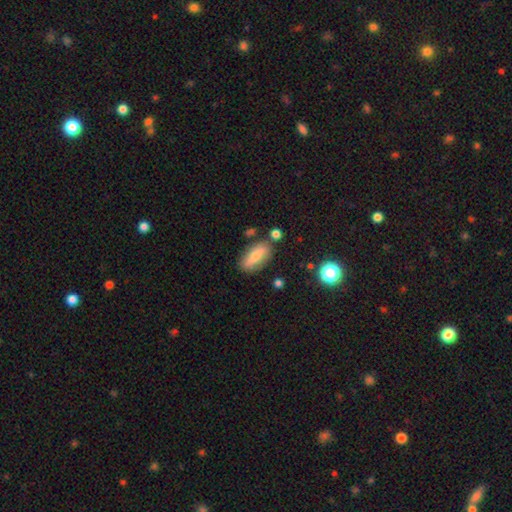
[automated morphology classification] The model was most divided on "smooth or featured": smooth: 70%, featured or disk: 22%, star or artifact: 8%. More confident: how rounded — in between (76%); merging — none (76%).